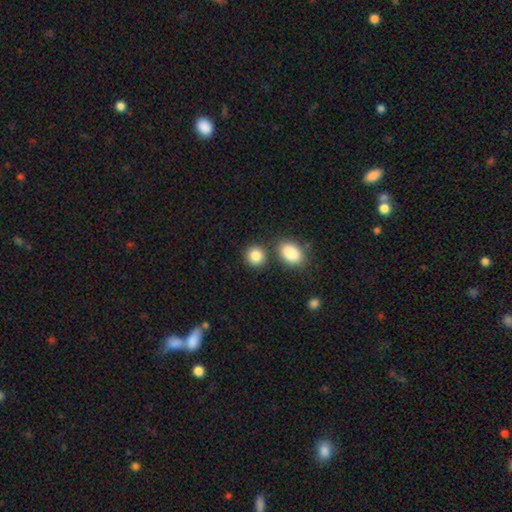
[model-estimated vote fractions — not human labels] smooth 86%, star or artifact 8%, featured or disk 5%. Down the decision tree: how rounded — round (76%); merging — none (72%).